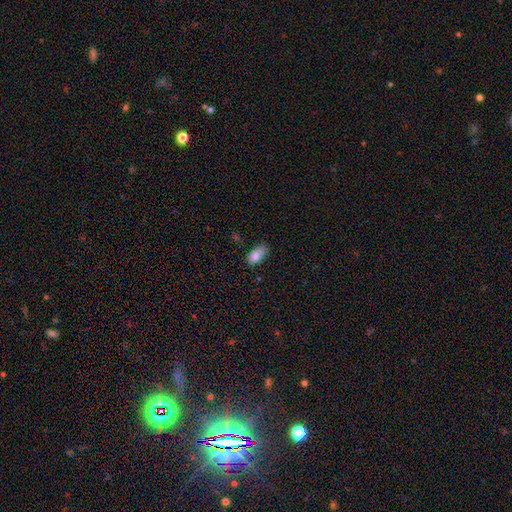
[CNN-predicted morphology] Smooth or featured?
  - smooth: 85% *
  - star or artifact: 8%
  - featured or disk: 7%
How rounded?
  - in between: 91% *
  - cigar-shaped: 5%
  - round: 4%
Merging?
  - none: 55% *
  - minor disturbance: 34%
  - major disturbance: 8%
  - merger: 3%